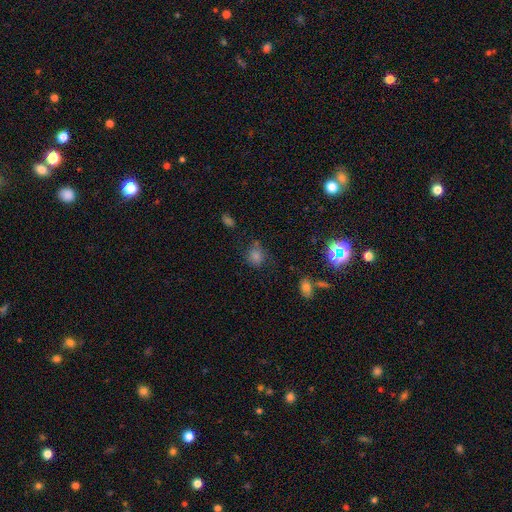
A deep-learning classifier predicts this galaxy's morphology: smooth-or-featured: smooth: 61% | star or artifact: 30% | featured or disk: 9%
  how-rounded: round: 63% | in between: 35% | cigar-shaped: 2%
  merging: none: 64% | minor disturbance: 21% | major disturbance: 10% | merger: 5%